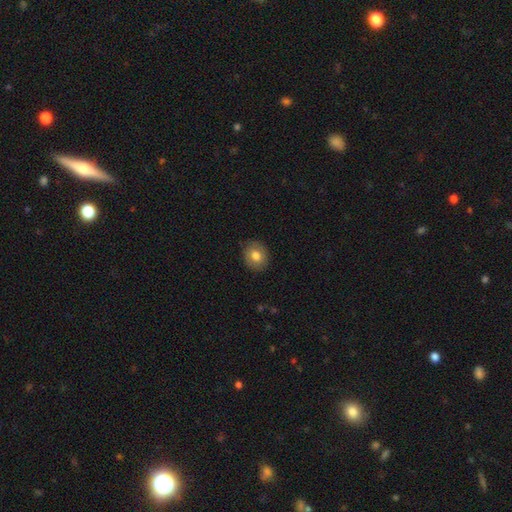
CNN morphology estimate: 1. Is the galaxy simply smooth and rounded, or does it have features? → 78% smooth, 14% featured or disk, 8% star or artifact.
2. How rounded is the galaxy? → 63% round, 36% in between, 1% cigar-shaped.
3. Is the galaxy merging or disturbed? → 86% none, 10% minor disturbance, 2% major disturbance, 1% merger.